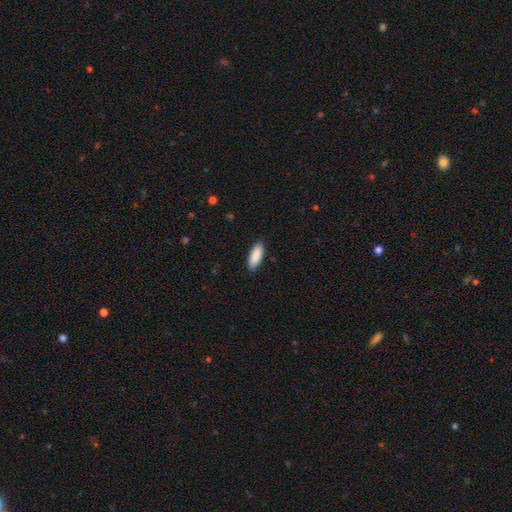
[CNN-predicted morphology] A smooth galaxy with no disk features (90%) that is in between round and cigar-shaped (72%).

Vote fractions:
- Smooth or featured? smooth: 90% / star or artifact: 5% / featured or disk: 5%
- How rounded? in between: 72% / cigar-shaped: 26% / round: 2%
- Merging? none: 89% / minor disturbance: 8% / major disturbance: 2% / merger: 1%